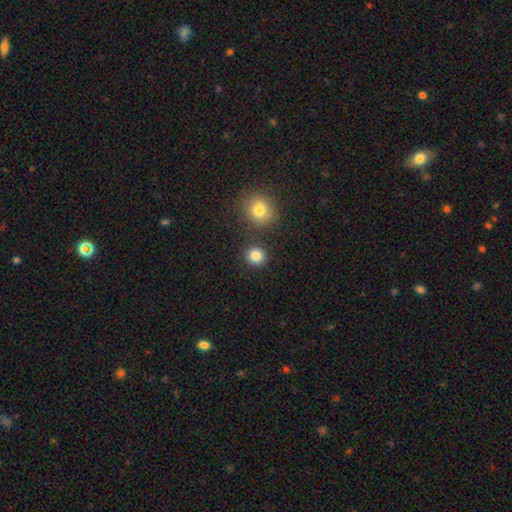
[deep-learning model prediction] A smooth galaxy with no disk features (83%) that is round (90%).

Vote fractions:
- Smooth or featured? smooth: 83% / star or artifact: 12% / featured or disk: 5%
- How rounded? round: 90% / in between: 9% / cigar-shaped: 1%
- Merging? none: 86% / minor disturbance: 6% / merger: 6% / major disturbance: 2%